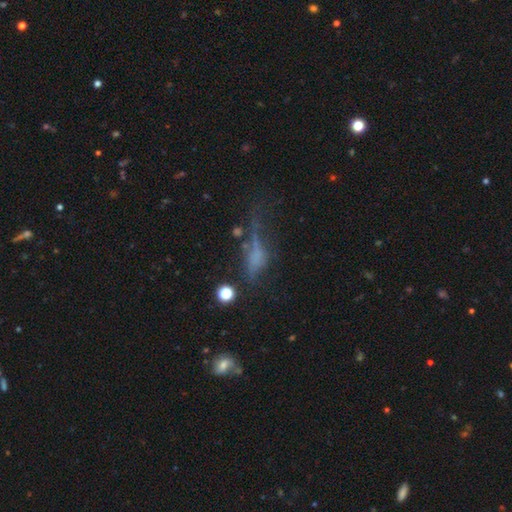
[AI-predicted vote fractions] This is marginally a featured or disk galaxy (41%). Merging: marginally none (35%).